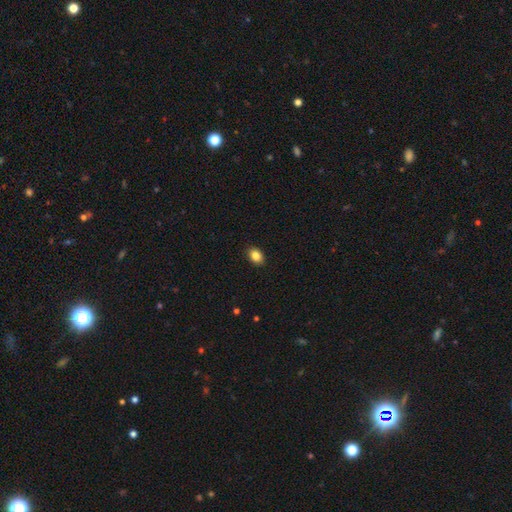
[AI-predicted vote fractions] smooth 86%, star or artifact 9%, featured or disk 5%. Down the decision tree: how rounded — in between (71%); merging — none (90%).